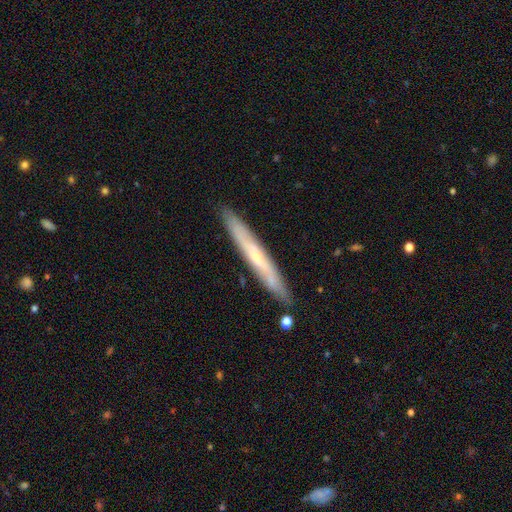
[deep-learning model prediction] Overall: featured or disk (57%; smooth 37%). Edge-on disk: yes (85%). Merging: none (87%).